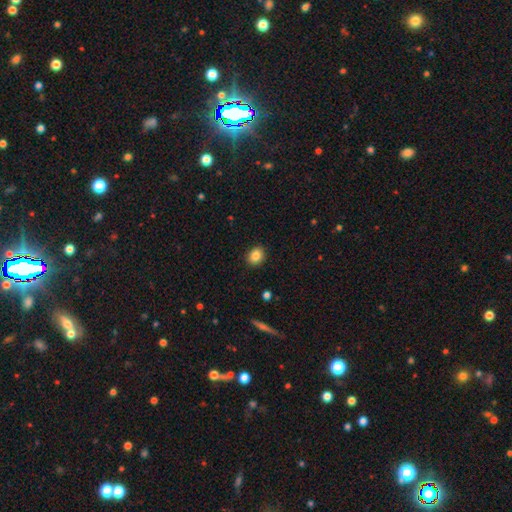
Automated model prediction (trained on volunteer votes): smooth-or-featured: smooth: 85% | star or artifact: 9% | featured or disk: 5%
  how-rounded: round: 61% | in between: 38% | cigar-shaped: 1%
  merging: none: 90% | minor disturbance: 7% | major disturbance: 2% | merger: 1%